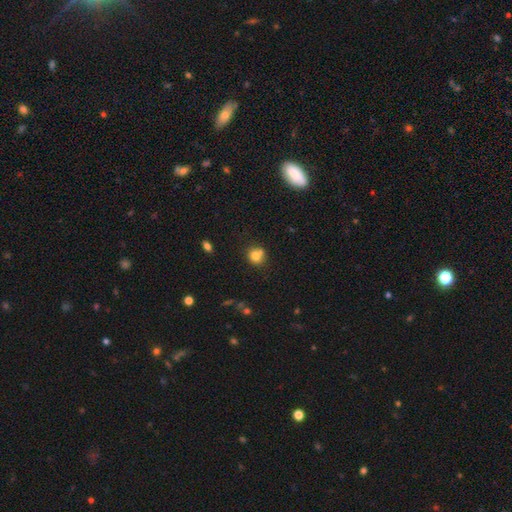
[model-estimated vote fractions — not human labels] smooth 76%, star or artifact 12%, featured or disk 12%. Down the decision tree: how rounded — round (81%); merging — none (53%).